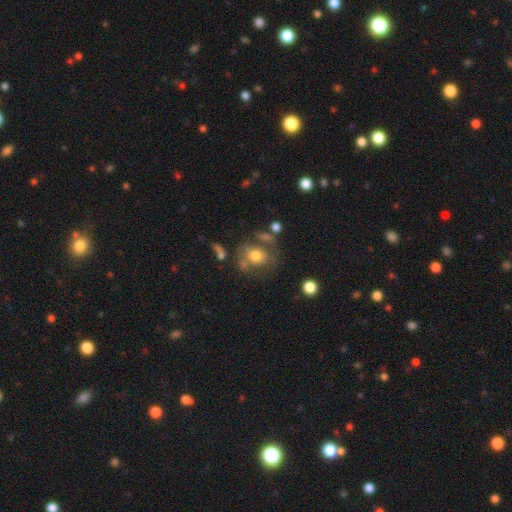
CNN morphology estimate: Smooth or featured? Predicted: smooth (p=0.62). How rounded? Predicted: round (p=0.69). Merging? Predicted: none (p=0.49).